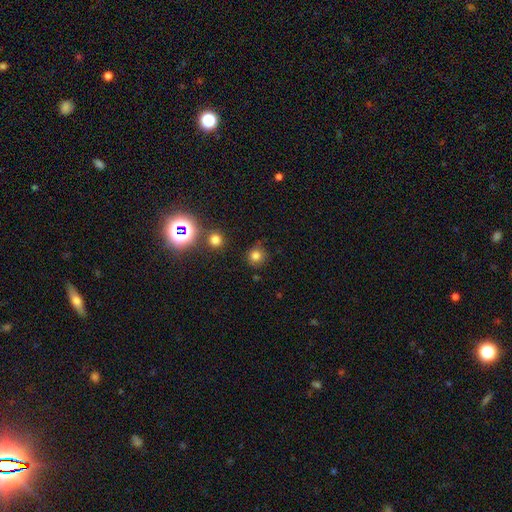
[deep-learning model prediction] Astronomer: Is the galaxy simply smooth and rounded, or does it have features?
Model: smooth — 77%.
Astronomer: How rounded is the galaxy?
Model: round — 92%.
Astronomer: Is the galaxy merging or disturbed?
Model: none — 85%.